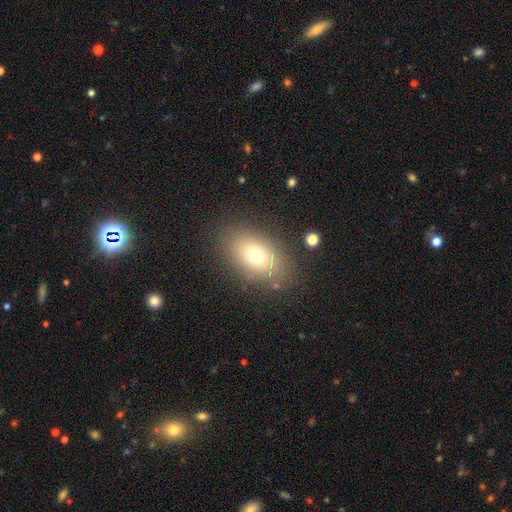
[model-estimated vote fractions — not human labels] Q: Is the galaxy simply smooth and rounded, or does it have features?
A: smooth — 71%.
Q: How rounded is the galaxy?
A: in between — 85%.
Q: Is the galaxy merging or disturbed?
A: none — 82%.